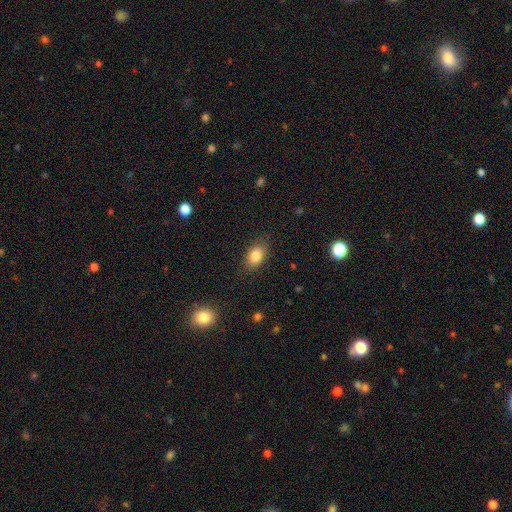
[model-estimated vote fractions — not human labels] Smooth or featured: smooth — 83% (star or artifact — 8%)
How rounded: in between — 84% (round — 14%)
Merging: none — 82% (minor disturbance — 13%)